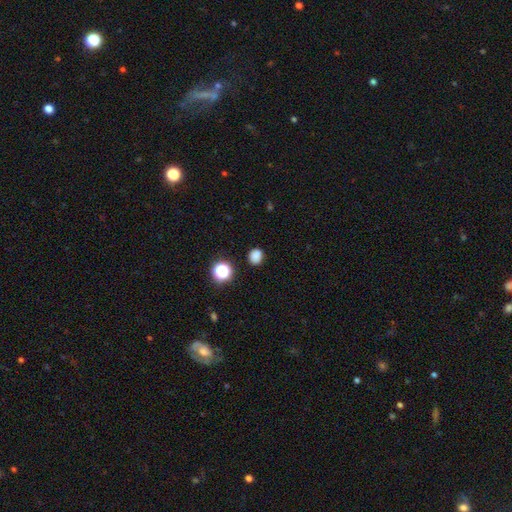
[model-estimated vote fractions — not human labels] This appears to be a smooth galaxy with no disk features (80%) that is round (74%). Merging: none (86%).